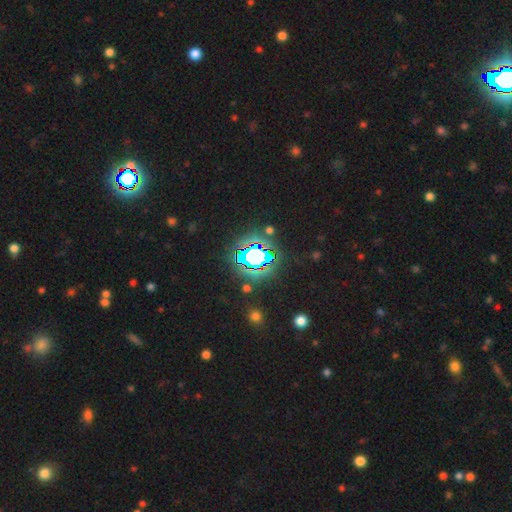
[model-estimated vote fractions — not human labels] star or artifact 65%, smooth 21%, featured or disk 14%.